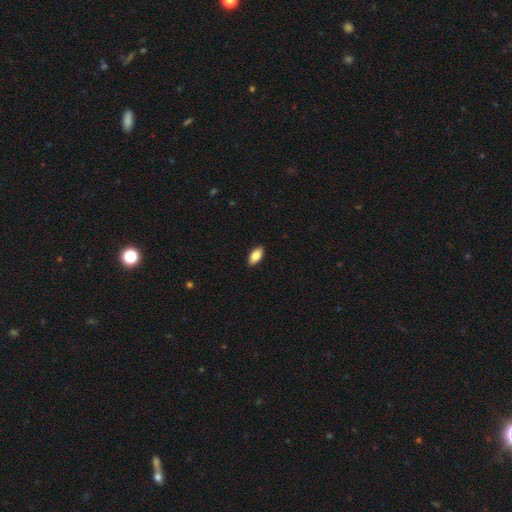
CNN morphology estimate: Overall: smooth (83%). How rounded: in between (92%). Merging: none (90%).